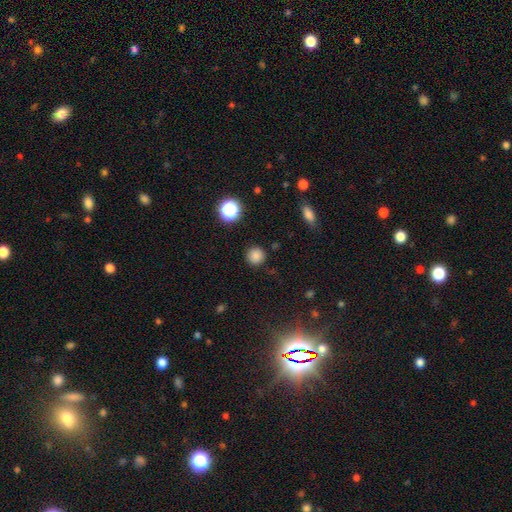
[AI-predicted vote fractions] Morphology: type=smooth (82%); roundness=round (93%); merging=none (89%).